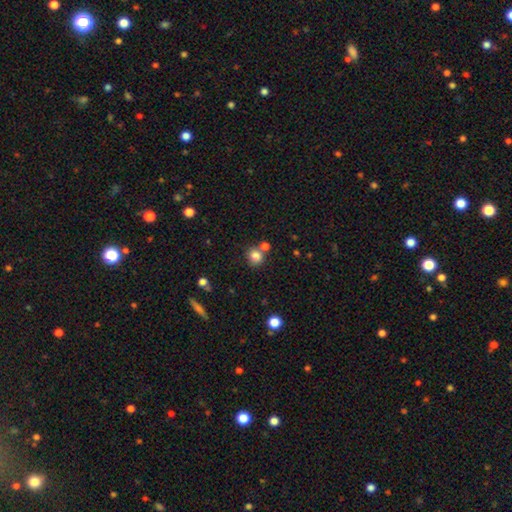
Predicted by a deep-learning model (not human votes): smooth 82%, star or artifact 12%, featured or disk 6%. Down the decision tree: how rounded — round (86%); merging — none (66%).